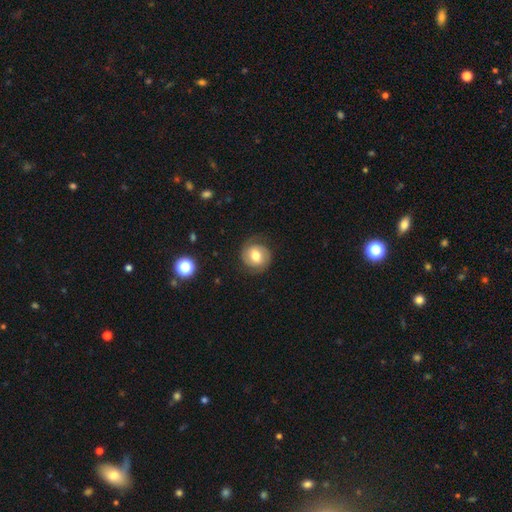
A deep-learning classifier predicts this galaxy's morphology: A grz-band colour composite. It shows a featured or disk galaxy (50%). Merging: none (77%).